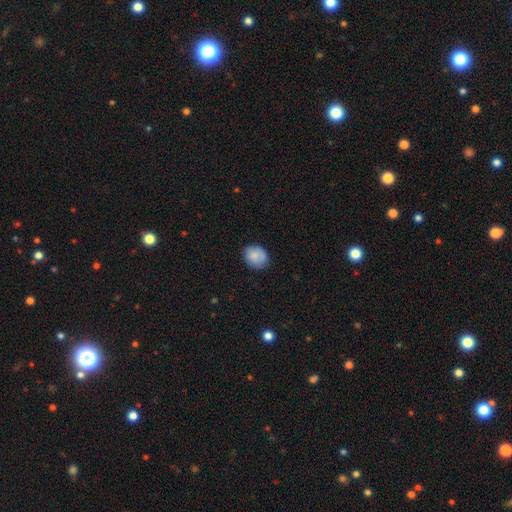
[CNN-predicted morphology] Smooth or featured: smooth — 80% (featured or disk — 12%)
How rounded: round — 53% (in between — 46%)
Merging: none — 76% (minor disturbance — 19%)